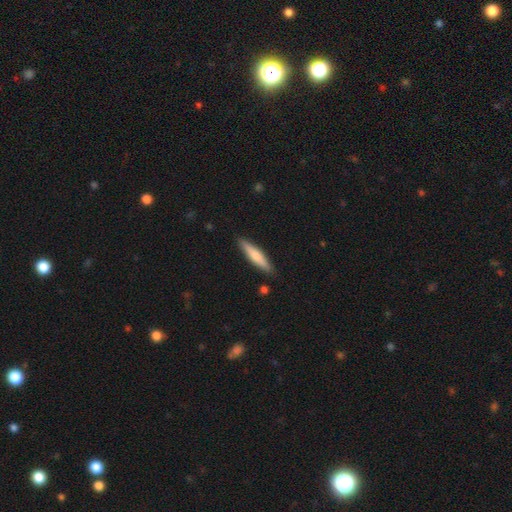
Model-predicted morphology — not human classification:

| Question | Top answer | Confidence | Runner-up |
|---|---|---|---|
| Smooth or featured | smooth | 64% | featured or disk (31%) |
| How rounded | cigar-shaped | 84% | in between (14%) |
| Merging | none | 88% | minor disturbance (8%) |